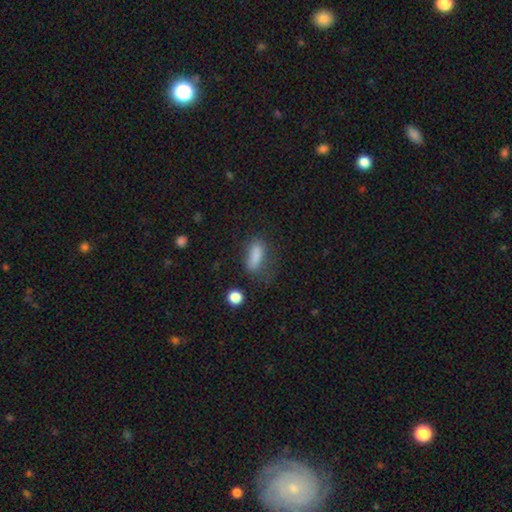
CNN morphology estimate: A smooth galaxy with no disk features (80%) that is in between round and cigar-shaped (69%).

Vote fractions:
- Smooth or featured? smooth: 80% / star or artifact: 11% / featured or disk: 9%
- How rounded? in between: 69% / cigar-shaped: 26% / round: 5%
- Merging? none: 49% / minor disturbance: 26% / major disturbance: 20% / merger: 5%